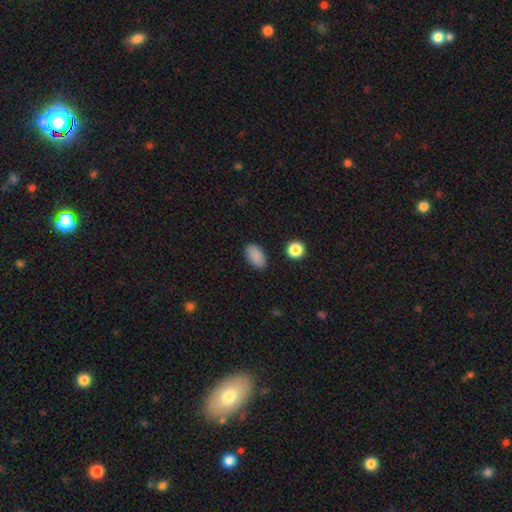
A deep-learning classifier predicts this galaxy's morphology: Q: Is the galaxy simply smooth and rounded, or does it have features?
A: smooth — 88%.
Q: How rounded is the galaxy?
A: in between — 92%.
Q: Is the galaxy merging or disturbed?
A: none — 87%.